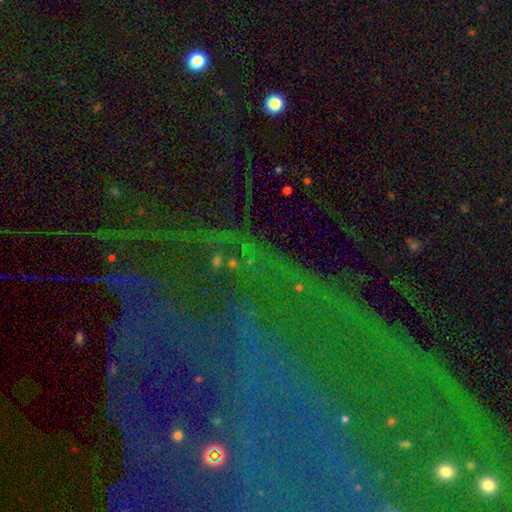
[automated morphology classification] Smooth or featured?
  - star or artifact: 76% *
  - featured or disk: 14%
  - smooth: 10%